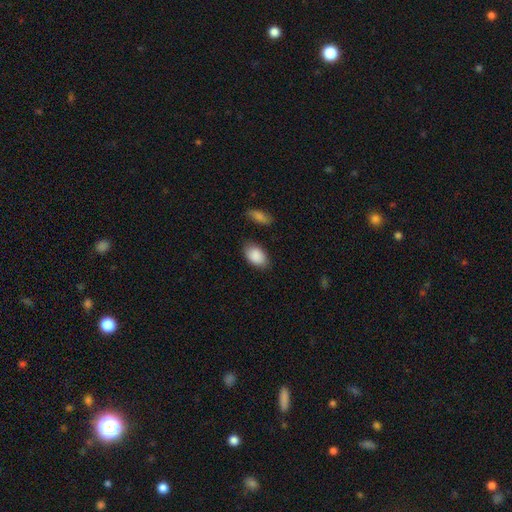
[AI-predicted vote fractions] Smooth or featured? Predicted: smooth (p=0.90). How rounded? Predicted: in between (p=0.91). Merging? Predicted: none (p=0.80).